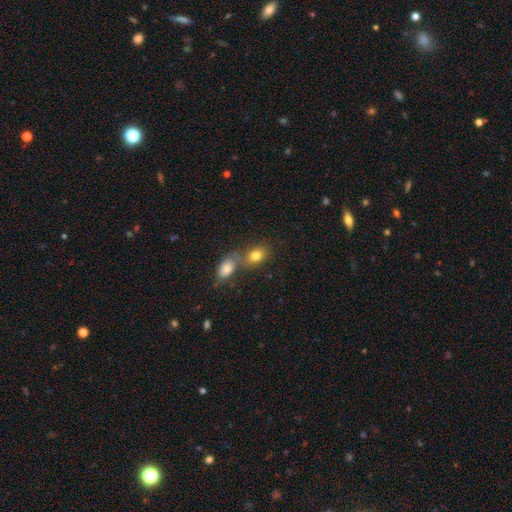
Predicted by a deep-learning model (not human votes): Smooth or featured?
  - smooth: 80% *
  - featured or disk: 11%
  - star or artifact: 9%
How rounded?
  - in between: 73% *
  - round: 25%
  - cigar-shaped: 2%
Merging?
  - merger: 49% *
  - none: 37%
  - minor disturbance: 10%
  - major disturbance: 4%